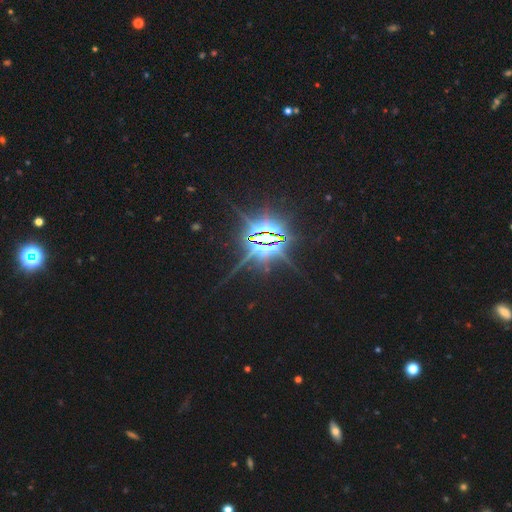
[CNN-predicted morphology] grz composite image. It shows a star or artifact, not a galaxy (87%).